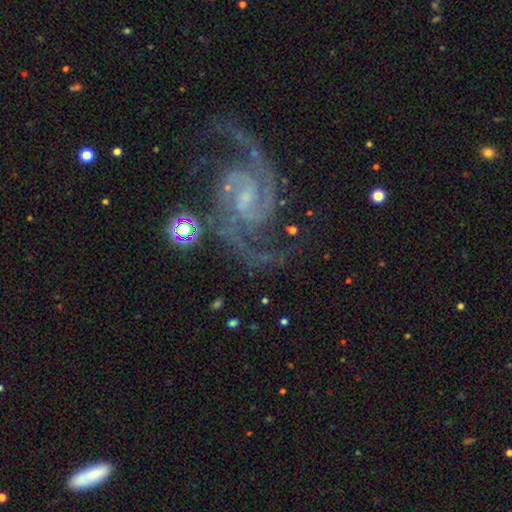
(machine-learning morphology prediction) This appears to be a featured or disk galaxy (92%) with a weak bar (51%), 2 (88%) medium (61%) spiral arms (99%) and a small central bulge (63%). Merging: none (70%).